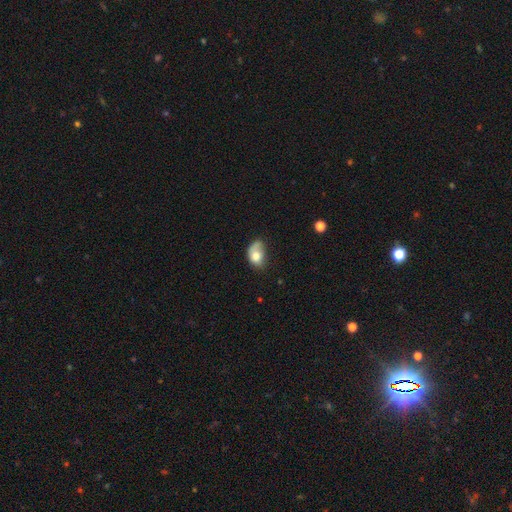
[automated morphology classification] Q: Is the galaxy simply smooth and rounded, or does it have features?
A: smooth — 71%.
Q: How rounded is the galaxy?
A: in between — 79%.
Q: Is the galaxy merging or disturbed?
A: minor disturbance — 38%.